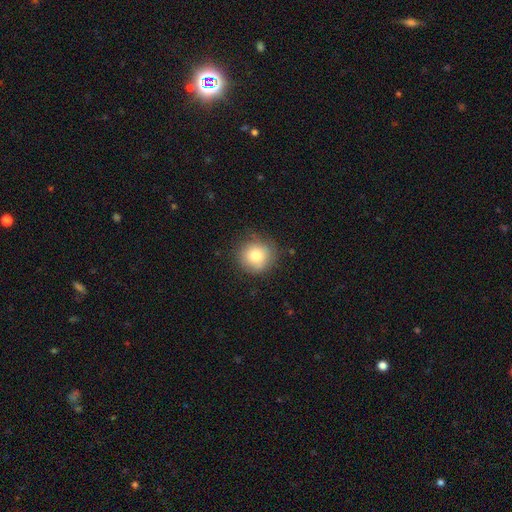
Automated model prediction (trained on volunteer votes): A smooth galaxy with no disk features (79%) that is round (92%).

Vote fractions:
- Smooth or featured? smooth: 79% / featured or disk: 11% / star or artifact: 10%
- How rounded? round: 92% / in between: 7% / cigar-shaped: 1%
- Merging? none: 82% / minor disturbance: 13% / major disturbance: 3% / merger: 1%